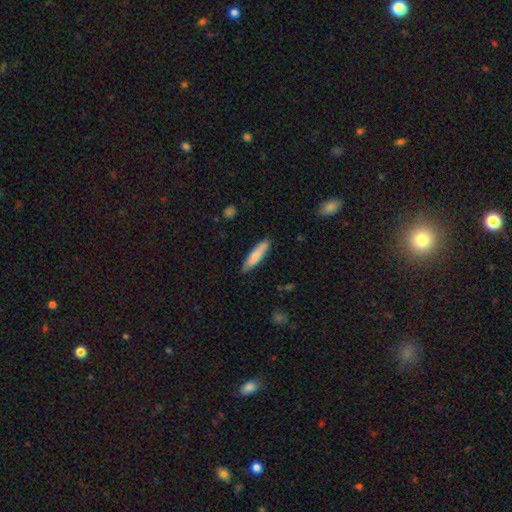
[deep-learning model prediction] Smooth or featured? Predicted: smooth (p=0.79). How rounded? Predicted: cigar-shaped (p=0.81). Merging? Predicted: none (p=0.82).